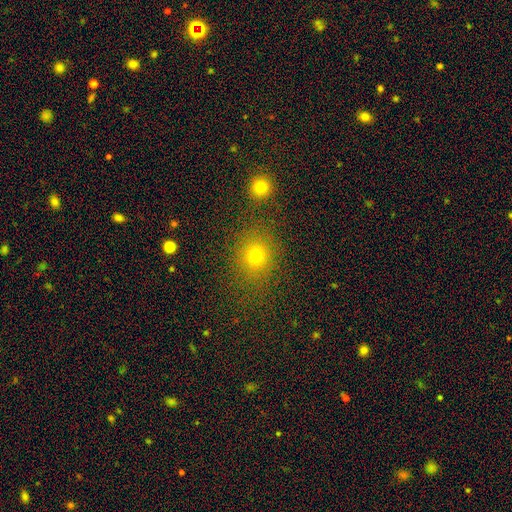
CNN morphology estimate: smooth 74%, star or artifact 18%, featured or disk 8%. Down the decision tree: how rounded — round (78%); merging — none (79%).